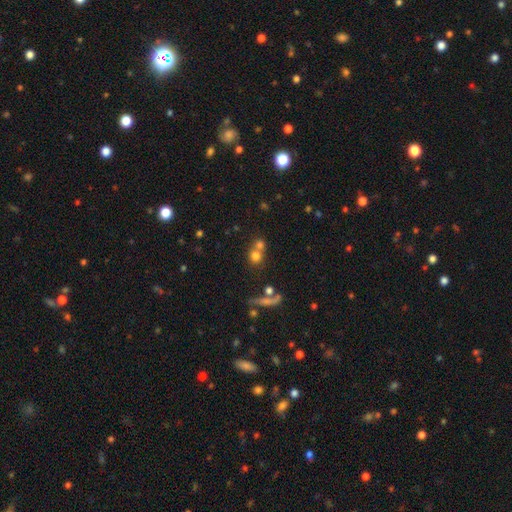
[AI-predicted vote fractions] Smooth or featured? Predicted: smooth (p=0.71). How rounded? Predicted: round (p=0.86). Merging? Predicted: merger (p=0.46).